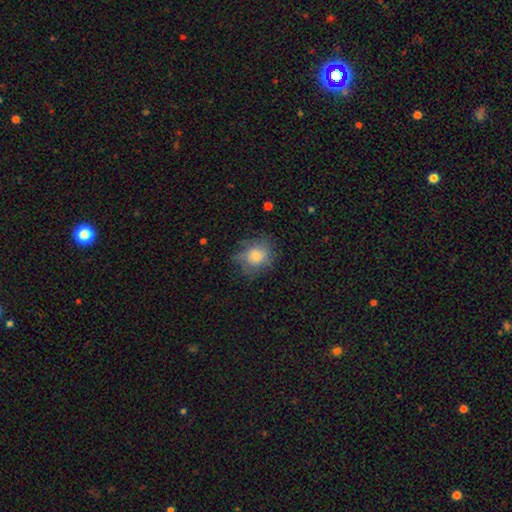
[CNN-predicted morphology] This appears to be a smooth galaxy with no disk features (65%) that is round (70%). Merging: none (62%).